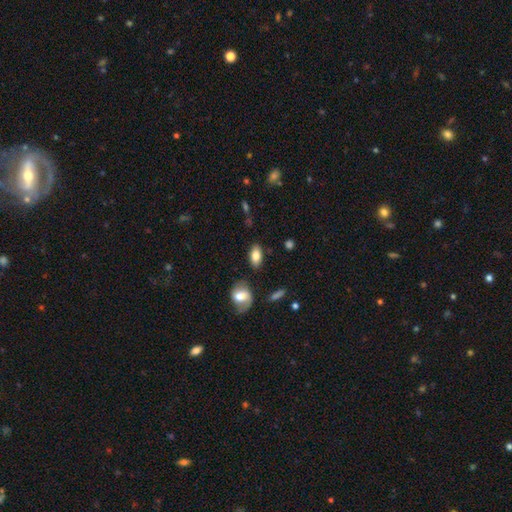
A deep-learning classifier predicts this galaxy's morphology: The model was most divided on "smooth or featured": smooth: 79%, featured or disk: 13%, star or artifact: 7%. More confident: how rounded — in between (90%); merging — none (80%).